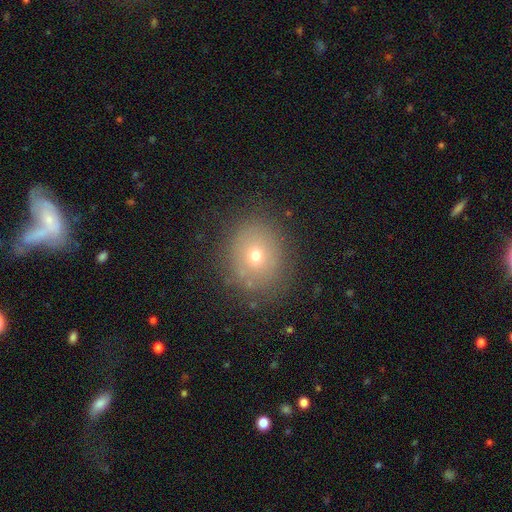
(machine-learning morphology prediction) A smooth galaxy with no disk features (63%) that is round (68%).

Vote fractions:
- Smooth or featured? smooth: 63% / featured or disk: 21% / star or artifact: 16%
- How rounded? round: 68% / in between: 31% / cigar-shaped: 1%
- Merging? none: 80% / minor disturbance: 13% / major disturbance: 5% / merger: 2%